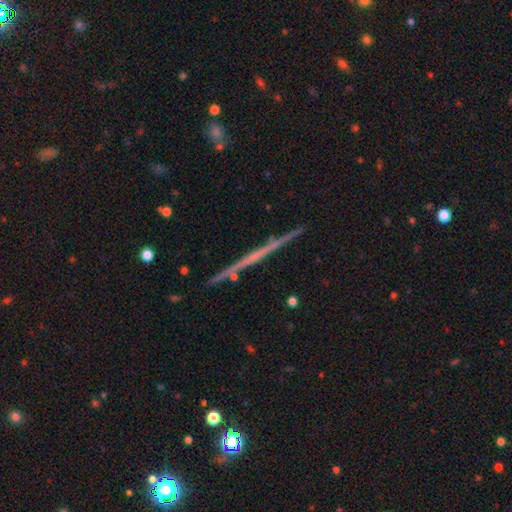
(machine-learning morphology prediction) Smooth or featured?
  - featured or disk: 67% *
  - smooth: 26%
  - star or artifact: 7%
Edge-on disk?
  - yes: 97% *
  - no: 3%
Edge-on bulge?
  - none: 88% *
  - rounded: 8%
  - boxy: 4%
Merging?
  - none: 89% *
  - minor disturbance: 7%
  - merger: 2%
  - major disturbance: 2%